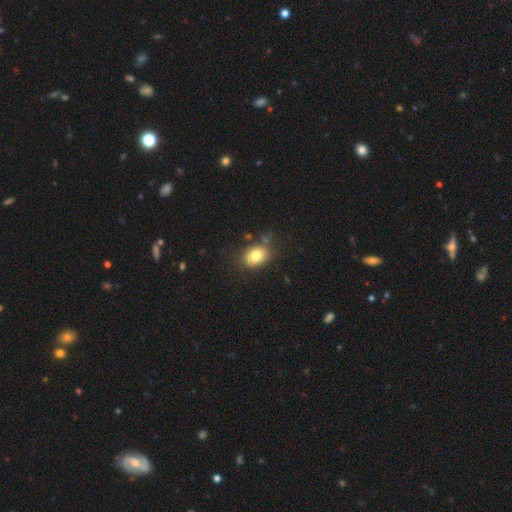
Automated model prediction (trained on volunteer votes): Smooth or featured? Predicted: smooth (p=0.79). How rounded? Predicted: in between (p=0.63). Merging? Predicted: none (p=0.76).